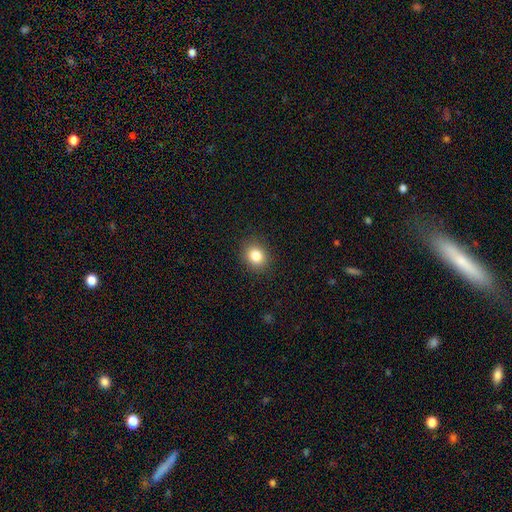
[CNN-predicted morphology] Smooth or featured? smooth (84%)
How rounded? round (58%)
Merging? none (89%)